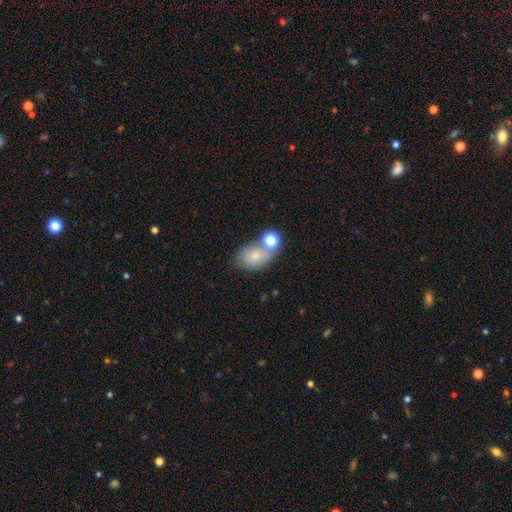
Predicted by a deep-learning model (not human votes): Smooth or featured: smooth — 74% (featured or disk — 15%)
How rounded: in between — 74% (round — 25%)
Merging: none — 48% (merger — 28%)